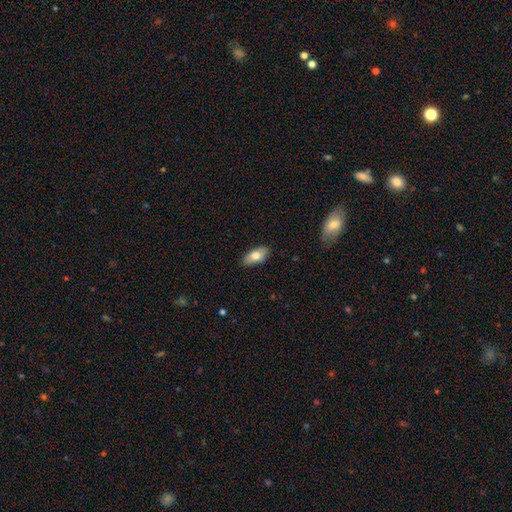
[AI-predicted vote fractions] smooth_or_featured: smooth (p=0.76) [alt: featured or disk p=0.18]
how_rounded: in between (p=0.89) [alt: cigar-shaped p=0.07]
merging: none (p=0.86) [alt: minor disturbance p=0.11]